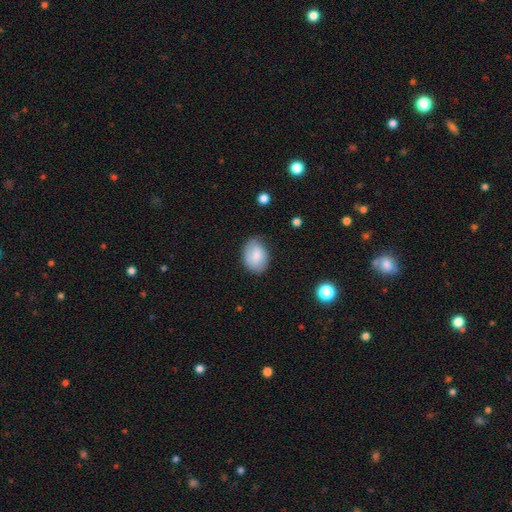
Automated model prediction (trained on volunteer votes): Smooth or featured: smooth — 75% (featured or disk — 18%)
How rounded: in between — 76% (round — 23%)
Merging: none — 68% (minor disturbance — 25%)